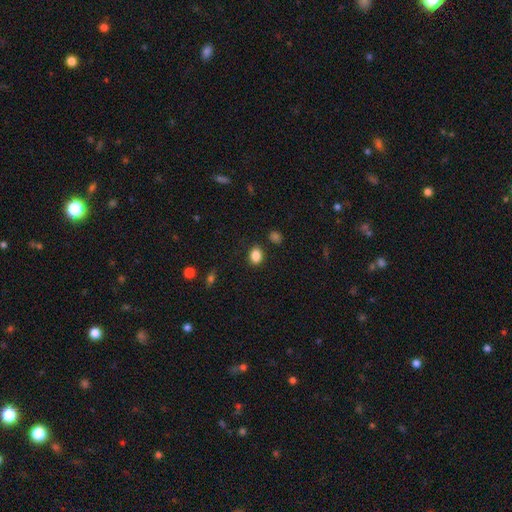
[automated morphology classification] A smooth galaxy with no disk features (86%) that is in between round and cigar-shaped (69%).

Vote fractions:
- Smooth or featured? smooth: 86% / star or artifact: 10% / featured or disk: 4%
- How rounded? in between: 69% / round: 30% / cigar-shaped: 1%
- Merging? none: 83% / minor disturbance: 12% / major disturbance: 3% / merger: 3%